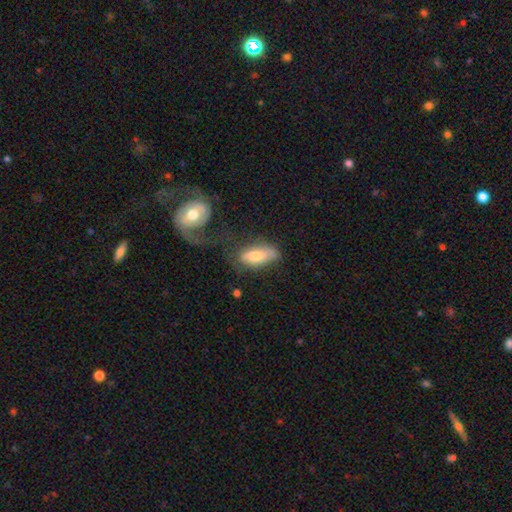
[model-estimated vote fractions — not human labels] The model was most divided on "merging": none: 42%, minor disturbance: 23%, major disturbance: 19%, merger: 15%. More confident: how rounded — in between (80%); smooth or featured — smooth (66%).